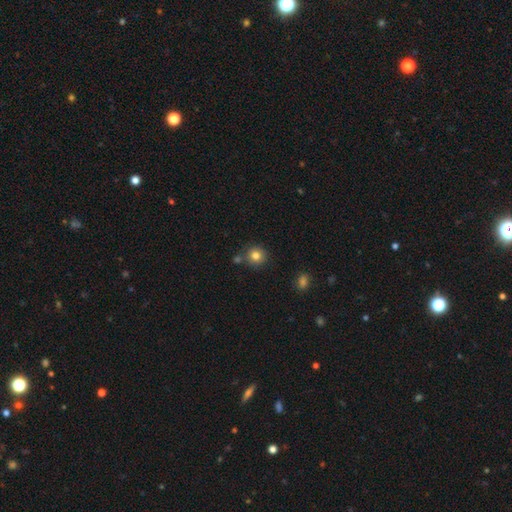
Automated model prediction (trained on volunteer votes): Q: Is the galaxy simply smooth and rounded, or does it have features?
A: smooth — 81%.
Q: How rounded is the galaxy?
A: round — 92%.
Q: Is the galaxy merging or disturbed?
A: none — 76%.